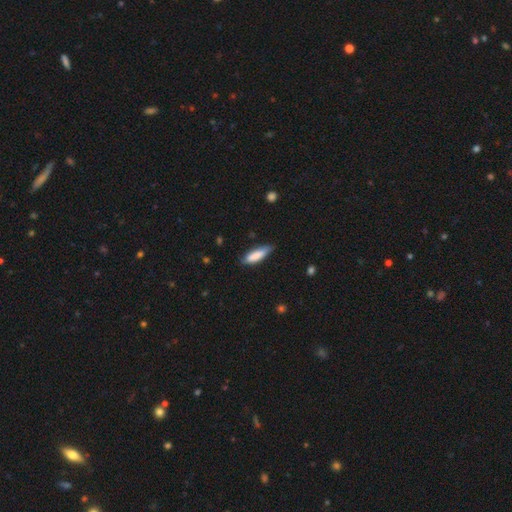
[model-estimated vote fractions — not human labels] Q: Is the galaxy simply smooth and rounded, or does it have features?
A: smooth — 82%.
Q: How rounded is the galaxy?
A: cigar-shaped — 59%.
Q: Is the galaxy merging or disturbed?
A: none — 70%.